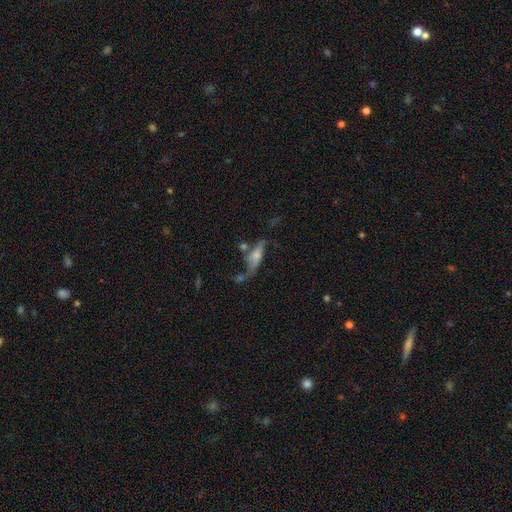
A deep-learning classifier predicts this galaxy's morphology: Smooth or featured?
  - featured or disk: 49% *
  - smooth: 40%
  - star or artifact: 10%
Merging?
  - none: 34% *
  - major disturbance: 24%
  - minor disturbance: 21%
  - merger: 20%